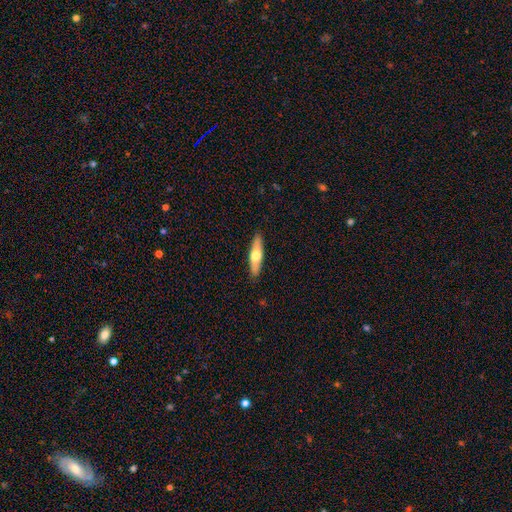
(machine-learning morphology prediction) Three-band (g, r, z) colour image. It shows a smooth galaxy with no disk features (52%) that is cigar-shaped (66%). Merging: none (90%).